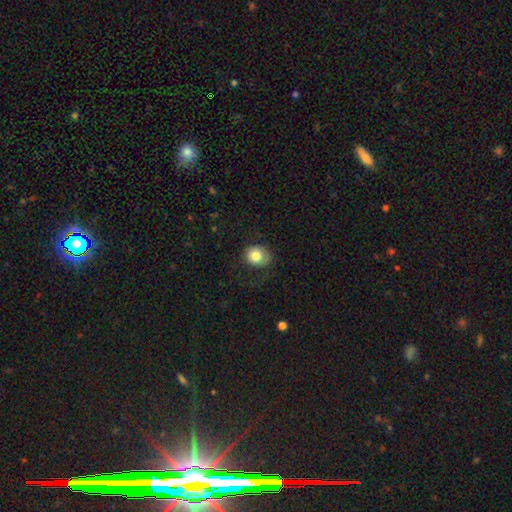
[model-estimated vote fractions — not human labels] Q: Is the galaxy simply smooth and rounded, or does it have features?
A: smooth — 80%.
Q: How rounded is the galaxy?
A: round — 67%.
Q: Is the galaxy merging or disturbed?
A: none — 66%.